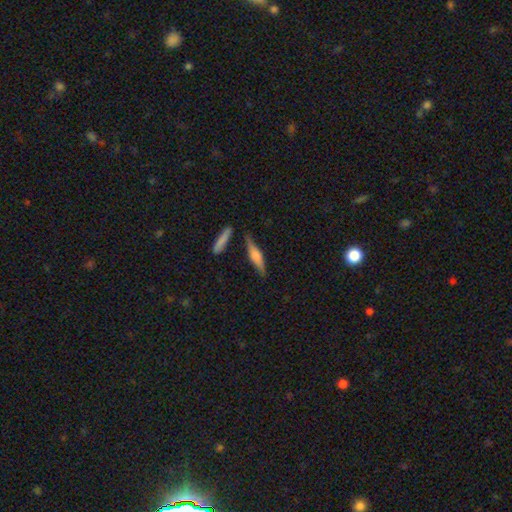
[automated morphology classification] smooth 47%, featured or disk 46%, star or artifact 7%. Down the decision tree: merging — none (76%).